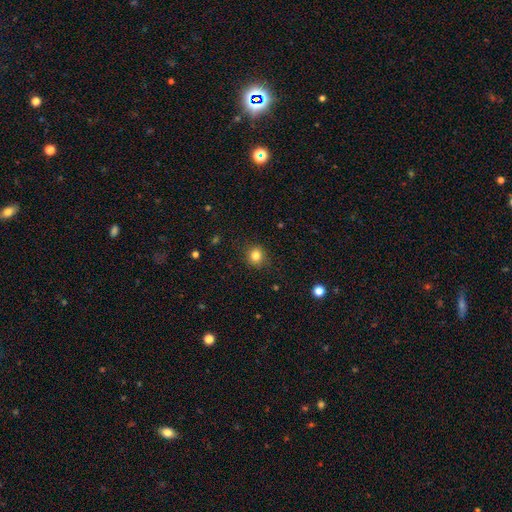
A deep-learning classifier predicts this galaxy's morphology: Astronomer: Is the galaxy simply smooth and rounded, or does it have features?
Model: smooth — 82%.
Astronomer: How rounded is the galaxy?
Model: round — 83%.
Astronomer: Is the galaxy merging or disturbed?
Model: none — 85%.